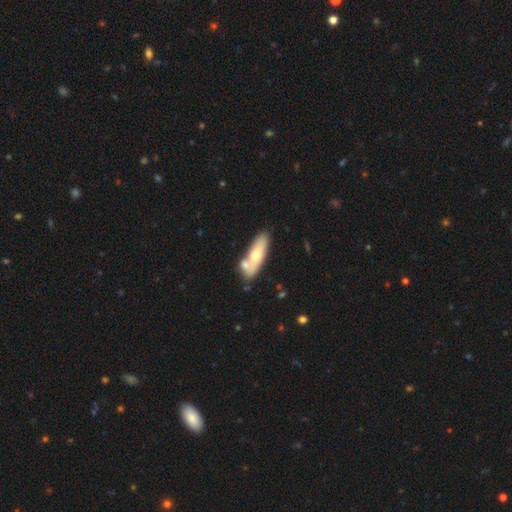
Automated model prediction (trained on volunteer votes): smooth 58%, featured or disk 36%, star or artifact 6%. Down the decision tree: how rounded — in between (50%); merging — none (57%).